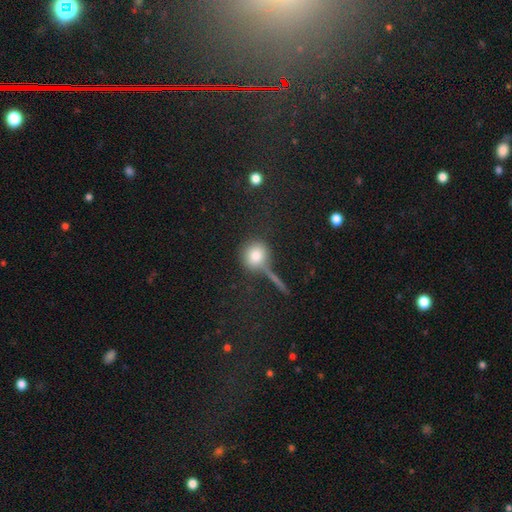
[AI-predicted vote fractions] The model was most divided on "merging": none: 61%, minor disturbance: 15%, merger: 14%, major disturbance: 10%. More confident: how rounded — round (87%); smooth or featured — smooth (79%).